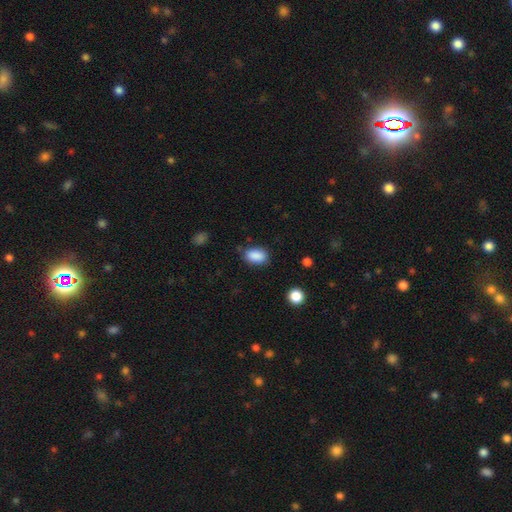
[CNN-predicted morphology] Smooth or featured? smooth (89%)
How rounded? in between (87%)
Merging? none (78%)